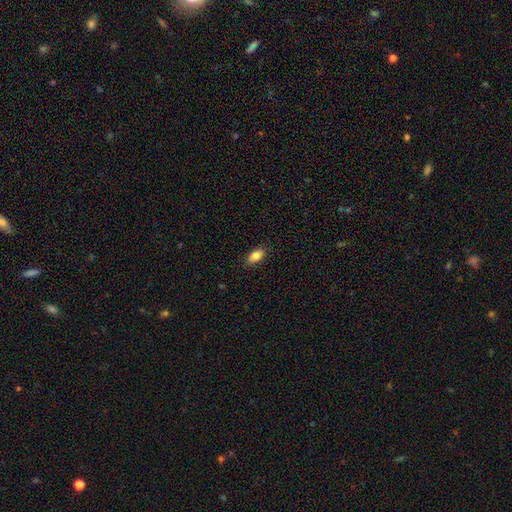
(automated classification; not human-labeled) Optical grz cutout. It shows a smooth galaxy with no disk features (85%) that is in between round and cigar-shaped (90%). Merging: none (87%).